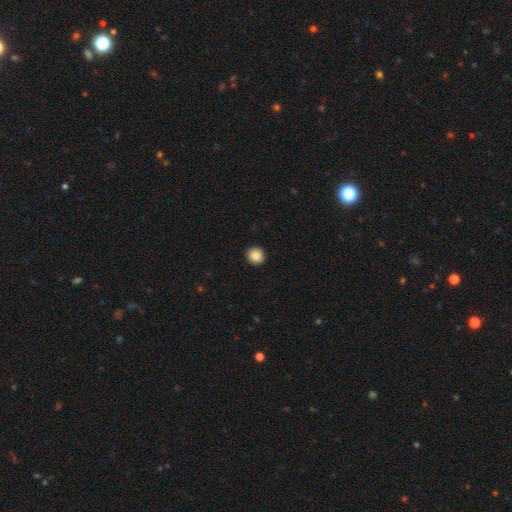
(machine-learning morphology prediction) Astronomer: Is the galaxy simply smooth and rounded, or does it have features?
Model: smooth — 87%.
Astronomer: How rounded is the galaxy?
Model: round — 84%.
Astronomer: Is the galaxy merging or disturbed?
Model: none — 92%.